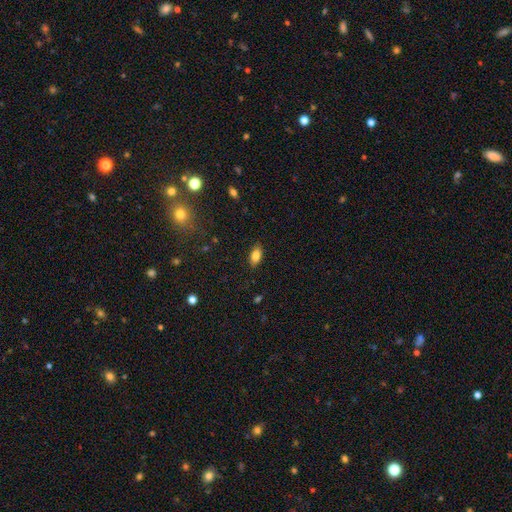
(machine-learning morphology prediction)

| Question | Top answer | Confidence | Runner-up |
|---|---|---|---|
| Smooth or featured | smooth | 83% | star or artifact (9%) |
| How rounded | in between | 90% | cigar-shaped (5%) |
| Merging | none | 86% | minor disturbance (10%) |